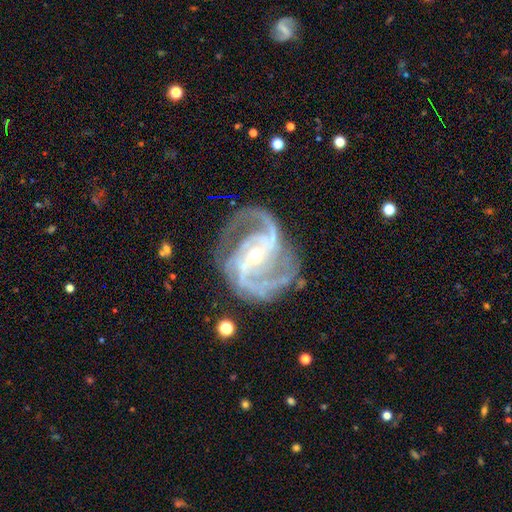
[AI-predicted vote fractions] smooth_or_featured: featured or disk (p=0.93) [alt: star or artifact p=0.05]
disk_edge_on: no (p=0.98) [alt: yes p=0.02]
bar: weak (p=0.36) [alt: no p=0.34]
has_spiral_arms: yes (p=0.98) [alt: no p=0.02]
spiral_winding: medium (p=0.58) [alt: tight p=0.26]
spiral_arm_count: 2 (p=0.60) [alt: 3 p=0.21]
bulge_size: small (p=0.67) [alt: moderate p=0.30]
merging: none (p=0.71) [alt: minor disturbance p=0.17]